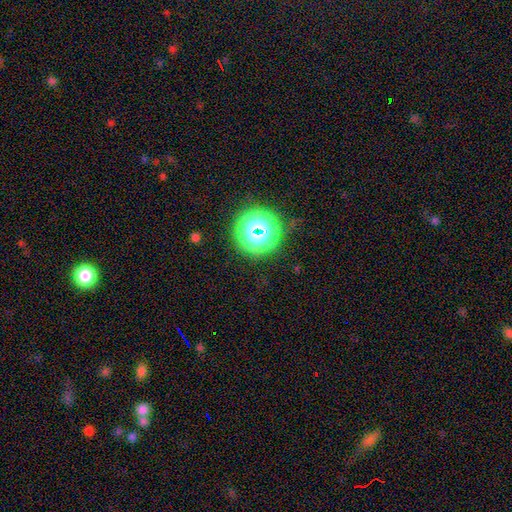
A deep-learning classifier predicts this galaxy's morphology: A star or artifact, not a galaxy (79%).

Vote fractions:
- Smooth or featured? star or artifact: 79% / smooth: 14% / featured or disk: 7%